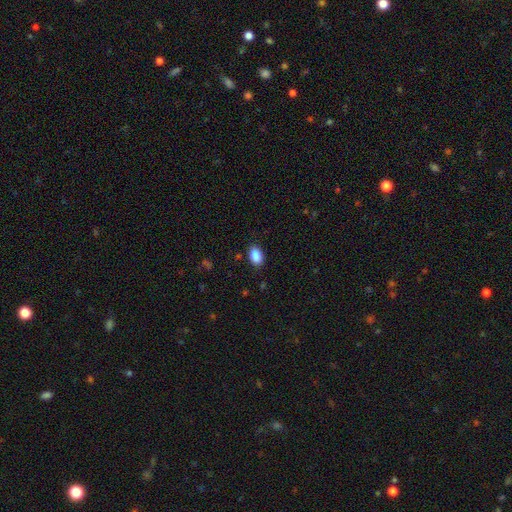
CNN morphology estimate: smooth 89%, star or artifact 8%, featured or disk 3%. Down the decision tree: how rounded — in between (90%); merging — none (87%).